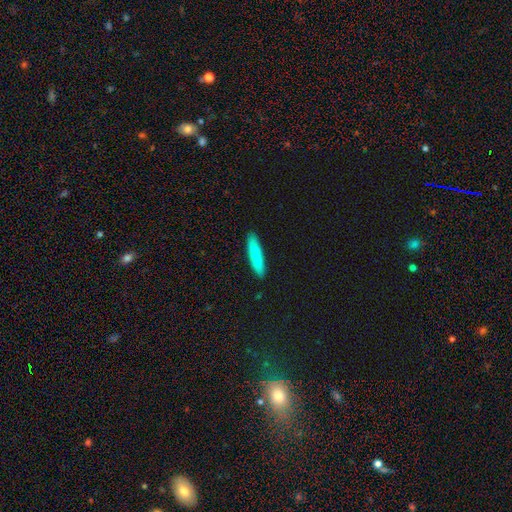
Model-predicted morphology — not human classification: The model was most divided on "how rounded": cigar-shaped: 86%, in between: 13%, round: 1%. More confident: merging — none (91%); smooth or featured — smooth (83%).